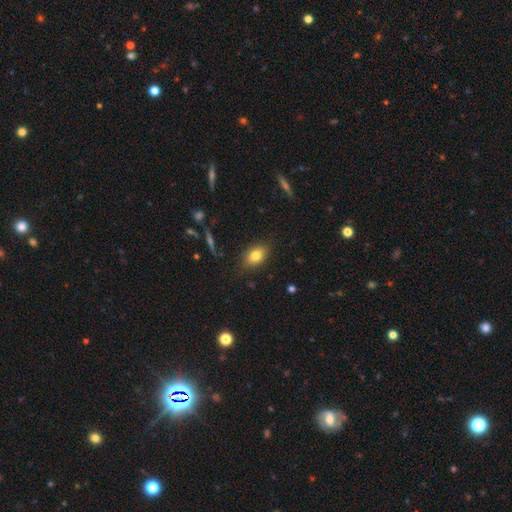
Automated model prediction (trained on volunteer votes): This appears to be a smooth galaxy with no disk features (78%) that is in between round and cigar-shaped (82%). Merging: none (83%).